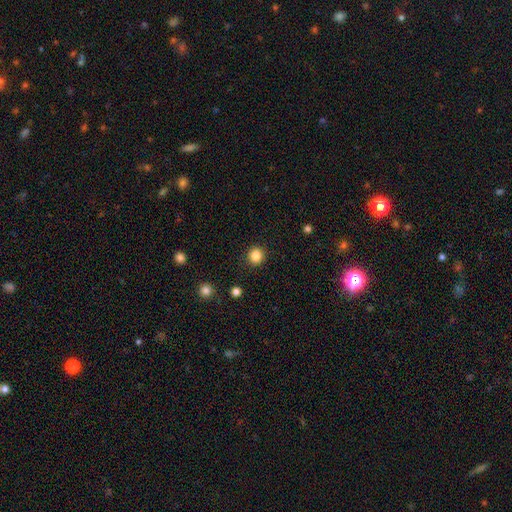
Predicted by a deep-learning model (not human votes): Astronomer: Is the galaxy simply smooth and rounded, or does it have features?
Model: smooth — 84%.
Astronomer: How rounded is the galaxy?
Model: round — 91%.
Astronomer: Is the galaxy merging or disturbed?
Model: none — 91%.